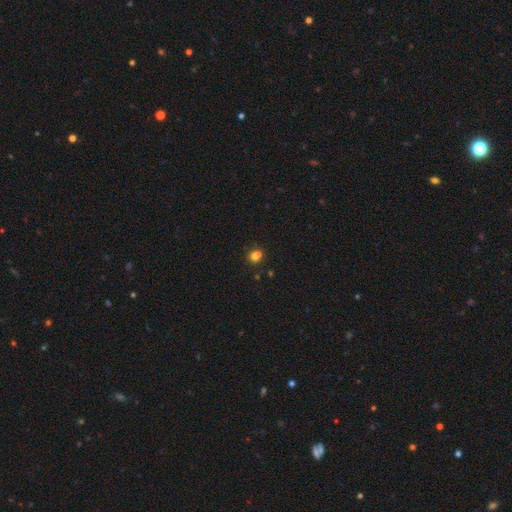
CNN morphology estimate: A smooth galaxy with no disk features (75%) that is round (63%).

Vote fractions:
- Smooth or featured? smooth: 75% / star or artifact: 17% / featured or disk: 8%
- How rounded? round: 63% / in between: 36% / cigar-shaped: 1%
- Merging? none: 57% / merger: 27% / minor disturbance: 11% / major disturbance: 4%